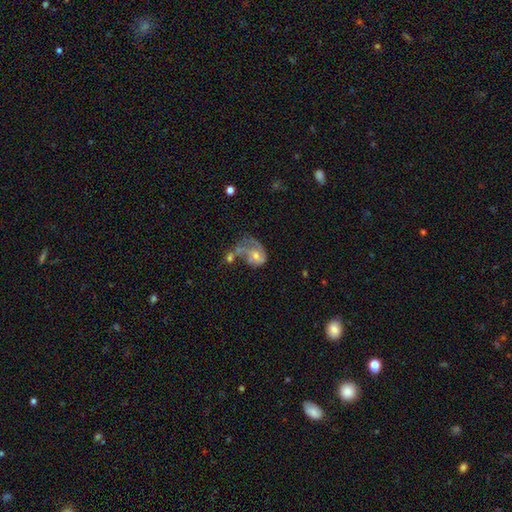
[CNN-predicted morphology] Q: Smooth or featured?
A: featured or disk (63%); runner-up: smooth (27%)
Q: Edge-on disk?
A: no (97%); runner-up: yes (3%)
Q: Bar?
A: no (68%); runner-up: weak (27%)
Q: Spiral arms?
A: yes (70%); runner-up: no (30%)
Q: Bulge size?
A: moderate (51%); runner-up: small (34%)
Q: Merging?
A: major disturbance (34%); runner-up: merger (30%)